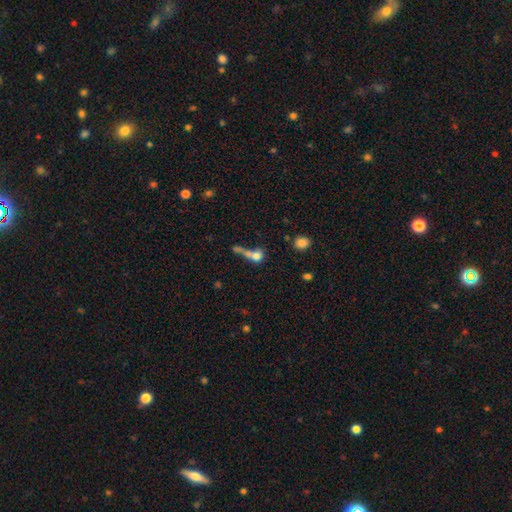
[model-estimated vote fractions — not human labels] A smooth galaxy with no disk features (69%) that is round (58%). Merging: merger (54%).